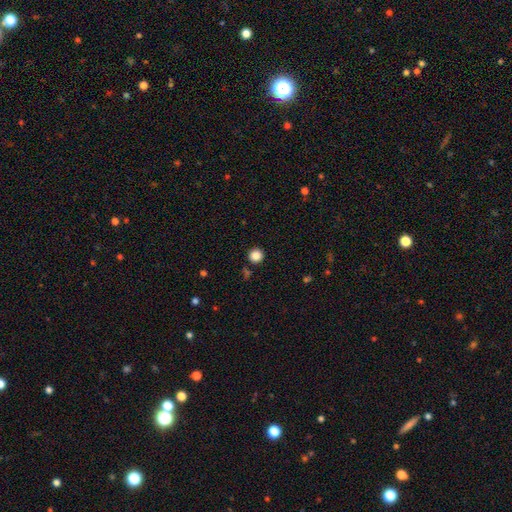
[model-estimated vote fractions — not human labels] smooth 86%, star or artifact 11%, featured or disk 3%. Down the decision tree: how rounded — round (95%); merging — none (90%).